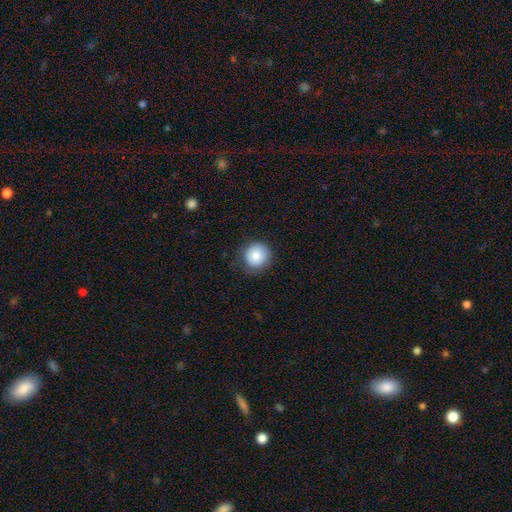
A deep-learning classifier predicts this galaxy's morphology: Smooth or featured: smooth — 80% (featured or disk — 11%)
How rounded: round — 91% (in between — 8%)
Merging: none — 79% (minor disturbance — 15%)